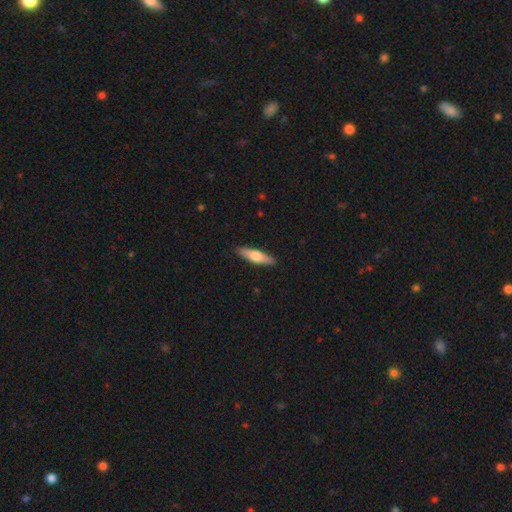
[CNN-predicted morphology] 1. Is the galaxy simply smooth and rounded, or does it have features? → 64% smooth, 31% featured or disk, 5% star or artifact.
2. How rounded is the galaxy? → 71% cigar-shaped, 28% in between, 2% round.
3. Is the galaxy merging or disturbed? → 90% none, 7% minor disturbance, 2% major disturbance, 1% merger.